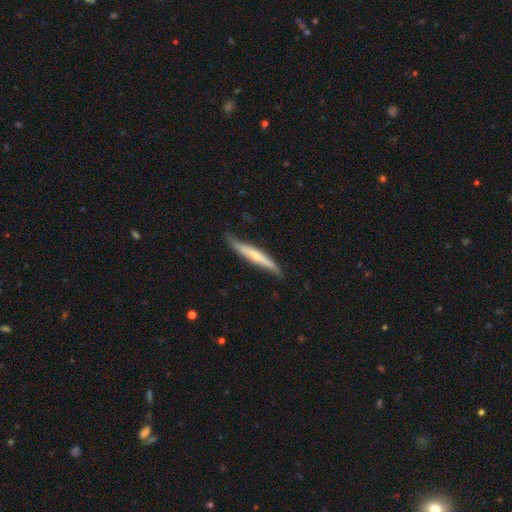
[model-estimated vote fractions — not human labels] smooth-or-featured: featured or disk: 58% | smooth: 37% | star or artifact: 5%
  disk-edge-on: yes: 84% | no: 16%
  merging: none: 68% | minor disturbance: 26% | major disturbance: 5% | merger: 2%